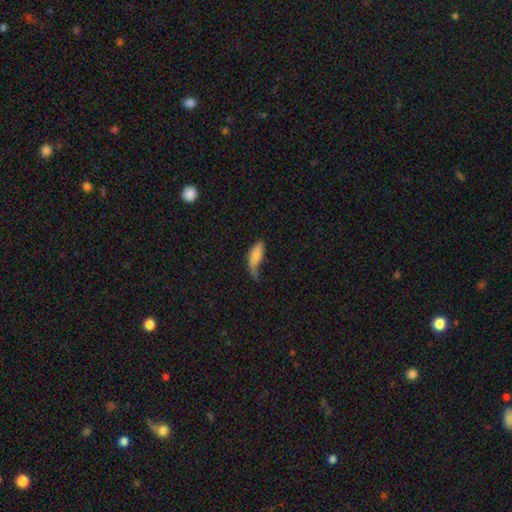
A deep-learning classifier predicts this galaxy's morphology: A smooth galaxy with no disk features (76%) that is in between round and cigar-shaped (72%). Merging: minor disturbance (38%).